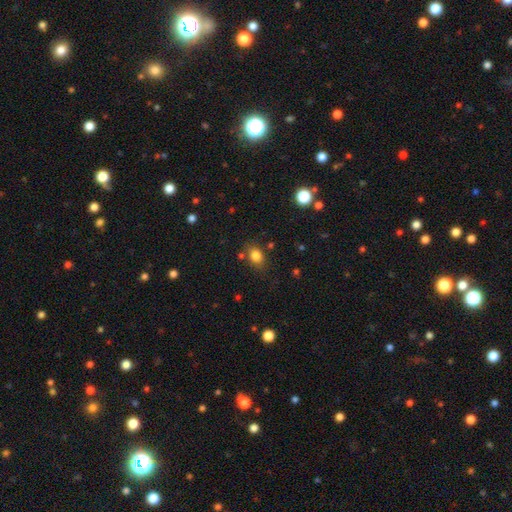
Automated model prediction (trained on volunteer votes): Smooth or featured?
  - smooth: 82% *
  - star or artifact: 12%
  - featured or disk: 7%
How rounded?
  - in between: 61% *
  - round: 37%
  - cigar-shaped: 1%
Merging?
  - none: 76% *
  - minor disturbance: 15%
  - merger: 5%
  - major disturbance: 4%